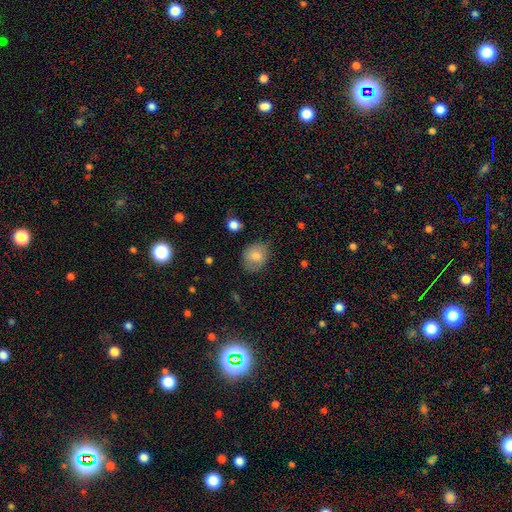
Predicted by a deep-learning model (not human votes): Overall: smooth (79%). How rounded: round (57%; in between 42%). Merging: none (74%).